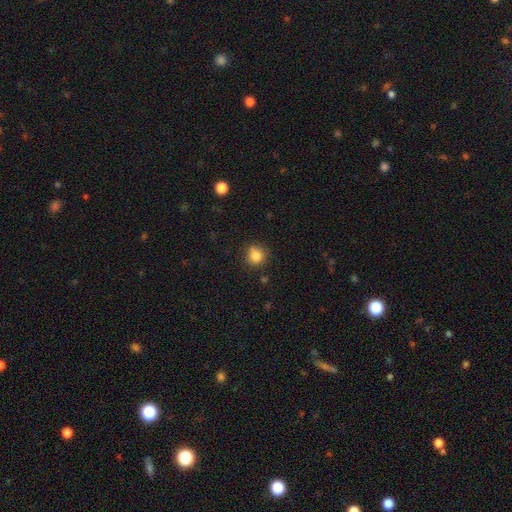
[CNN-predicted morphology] A smooth galaxy with no disk features (83%) that is round (89%). Merging: none (77%).